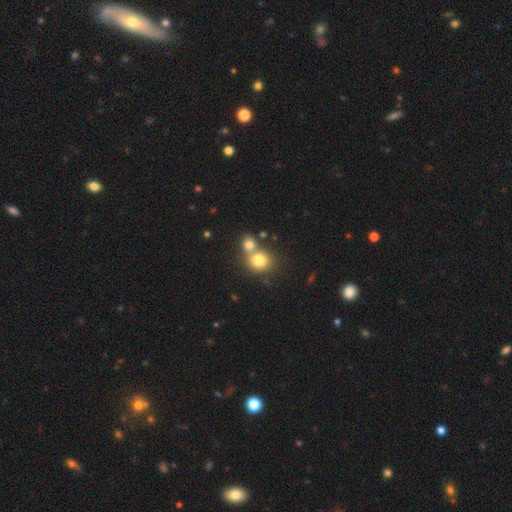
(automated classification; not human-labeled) smooth-or-featured: smooth: 72% | star or artifact: 18% | featured or disk: 10%
  how-rounded: round: 82% | in between: 17% | cigar-shaped: 1%
  merging: none: 51% | merger: 39% | minor disturbance: 7% | major disturbance: 3%